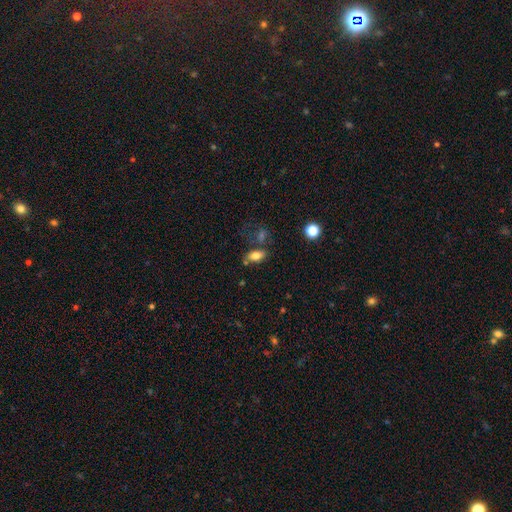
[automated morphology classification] smooth_or_featured: smooth (p=0.78) [alt: featured or disk p=0.11]
how_rounded: in between (p=0.86) [alt: cigar-shaped p=0.07]
merging: none (p=0.65) [alt: minor disturbance p=0.16]